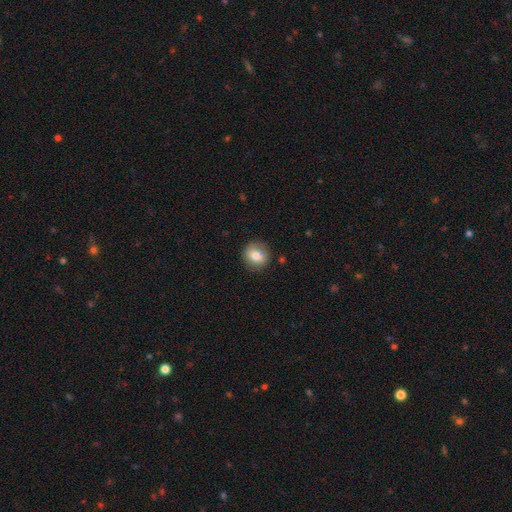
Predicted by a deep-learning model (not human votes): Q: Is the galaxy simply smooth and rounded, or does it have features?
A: smooth — 77%.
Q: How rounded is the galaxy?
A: round — 84%.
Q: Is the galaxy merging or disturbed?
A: none — 85%.